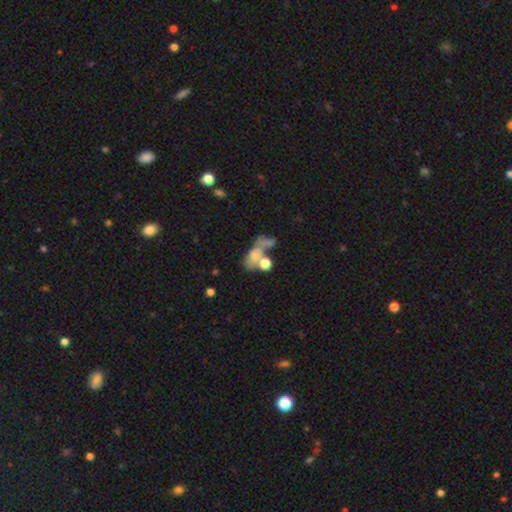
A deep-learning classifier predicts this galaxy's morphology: Smooth or featured? Predicted: smooth (p=0.59). How rounded? Predicted: in between (p=0.70). Merging? Predicted: merger (p=0.45).